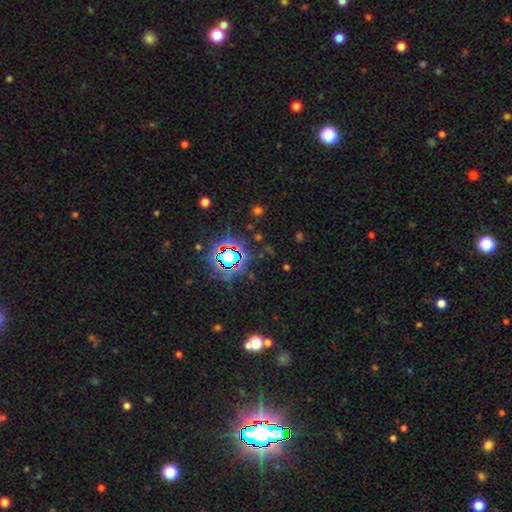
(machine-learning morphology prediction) The model was most divided on "smooth or featured": star or artifact: 79%, smooth: 13%, featured or disk: 9%.